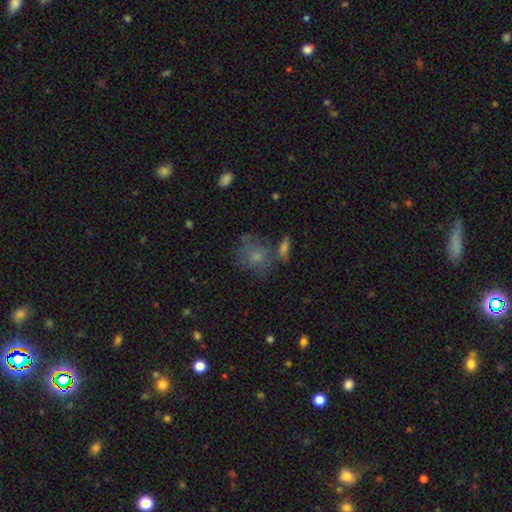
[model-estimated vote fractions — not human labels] The model was most divided on "merging": none: 53%, minor disturbance: 20%, merger: 16%, major disturbance: 11%. More confident: how rounded — round (71%); smooth or featured — smooth (69%).